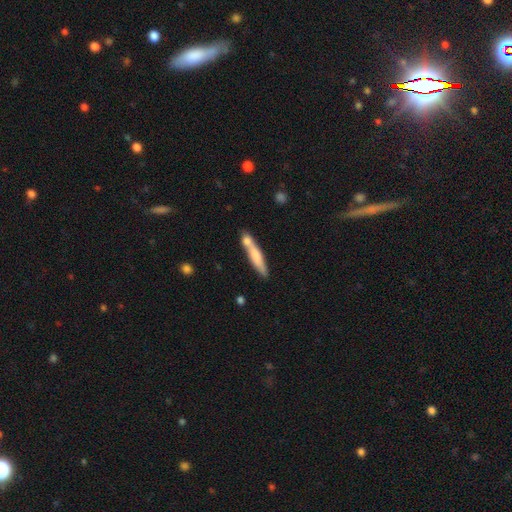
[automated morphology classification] Smooth or featured?
  - smooth: 65% *
  - featured or disk: 30%
  - star or artifact: 6%
How rounded?
  - cigar-shaped: 88% *
  - in between: 11%
  - round: 2%
Merging?
  - none: 56% *
  - merger: 26%
  - minor disturbance: 14%
  - major disturbance: 4%